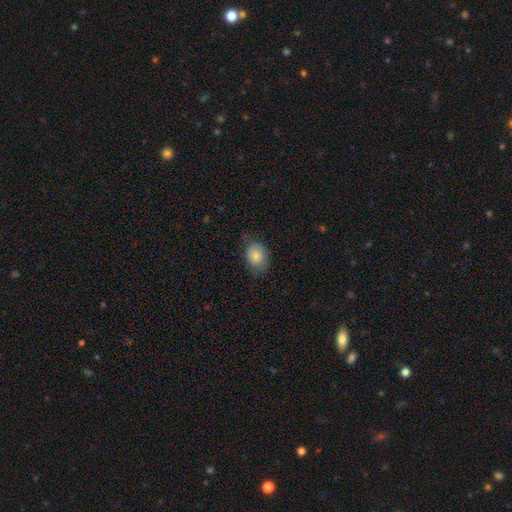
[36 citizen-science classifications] Overall: smooth (92%). How rounded: in between (64%; round 36%). Merging: none (57%; minor disturbance 34%).